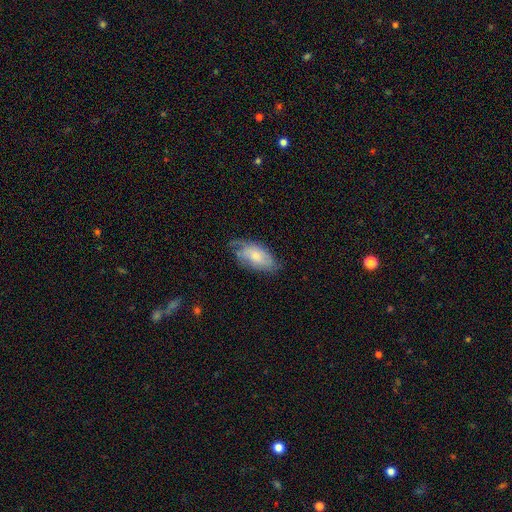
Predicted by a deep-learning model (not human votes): smooth 54%, featured or disk 39%, star or artifact 7%. Down the decision tree: how rounded — in between (92%); merging — none (52%).